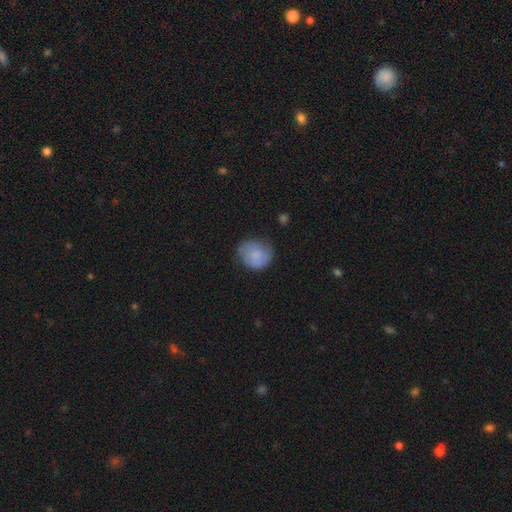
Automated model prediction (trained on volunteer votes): A smooth galaxy with no disk features (71%) that is round (80%). Merging: none (64%).